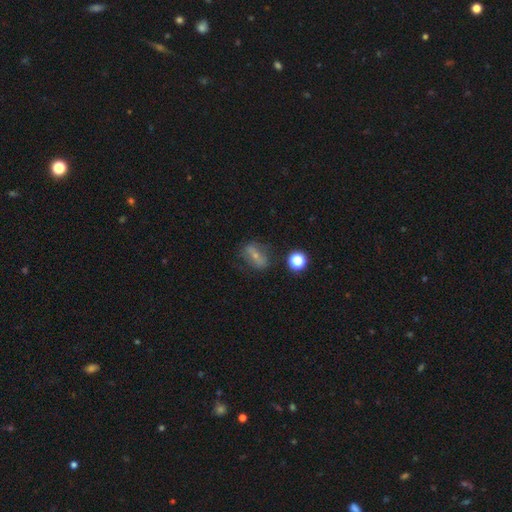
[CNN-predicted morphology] A featured or disk galaxy (45%).

Vote fractions:
- Smooth or featured? featured or disk: 45% / smooth: 41% / star or artifact: 15%
- Merging? none: 67% / minor disturbance: 19% / major disturbance: 10% / merger: 5%